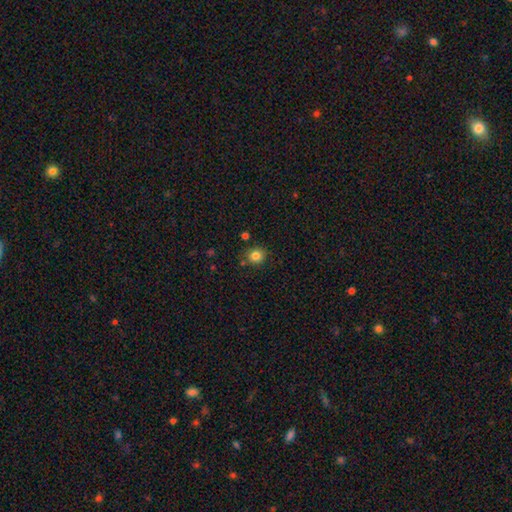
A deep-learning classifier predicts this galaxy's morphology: Smooth or featured: smooth — 83% (star or artifact — 11%)
How rounded: round — 83% (in between — 16%)
Merging: none — 83% (minor disturbance — 10%)